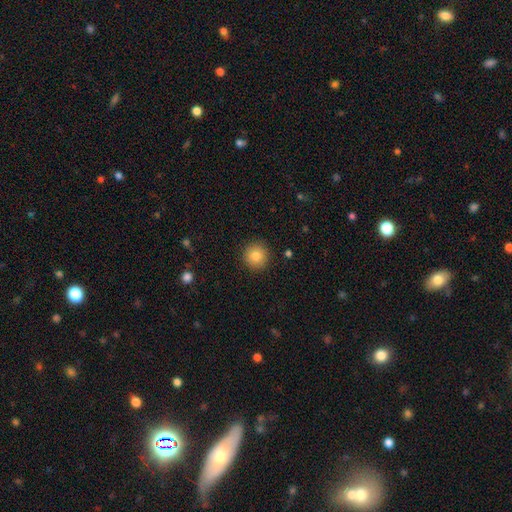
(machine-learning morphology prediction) Smooth or featured? Predicted: smooth (p=0.83). How rounded? Predicted: round (p=0.95). Merging? Predicted: none (p=0.92).